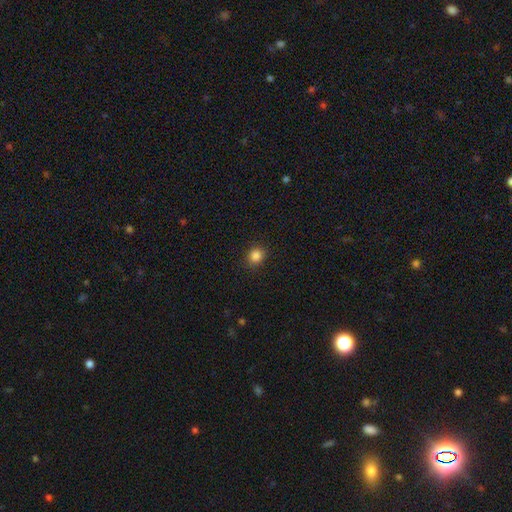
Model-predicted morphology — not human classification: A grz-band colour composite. It shows a smooth galaxy with no disk features (85%) that is round (79%). Merging: none (89%).